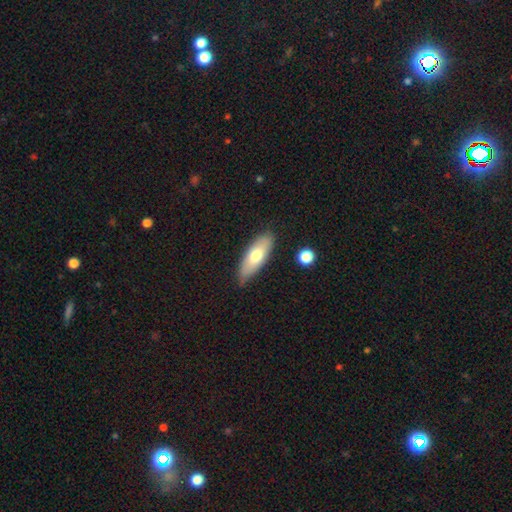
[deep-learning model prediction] smooth 67%, featured or disk 27%, star or artifact 6%. Down the decision tree: how rounded — in between (70%); merging — none (77%).